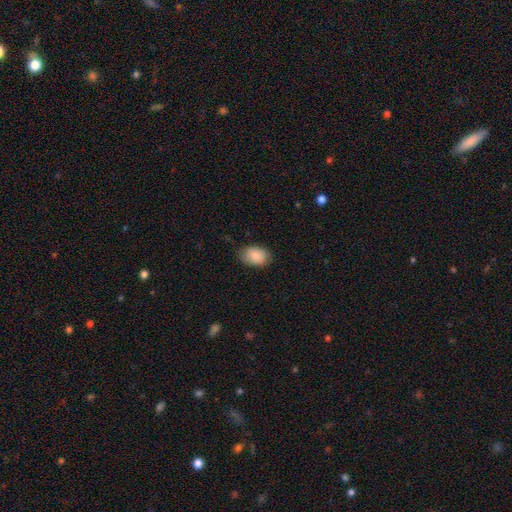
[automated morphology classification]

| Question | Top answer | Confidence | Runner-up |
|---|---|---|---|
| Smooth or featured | smooth | 84% | featured or disk (9%) |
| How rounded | in between | 83% | round (16%) |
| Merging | none | 81% | minor disturbance (15%) |